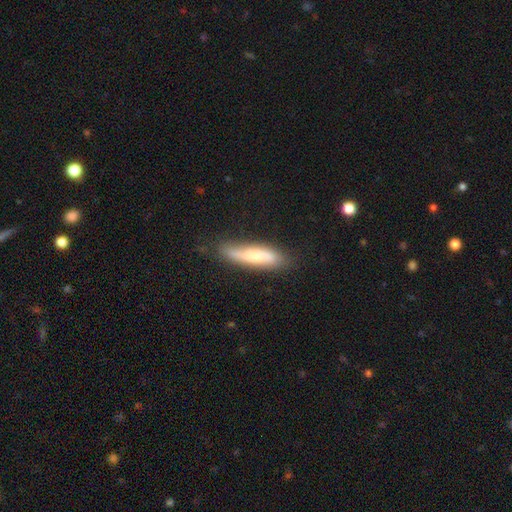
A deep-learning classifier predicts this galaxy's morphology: A smooth galaxy with no disk features (62%) that is cigar-shaped (73%). Merging: none (70%).